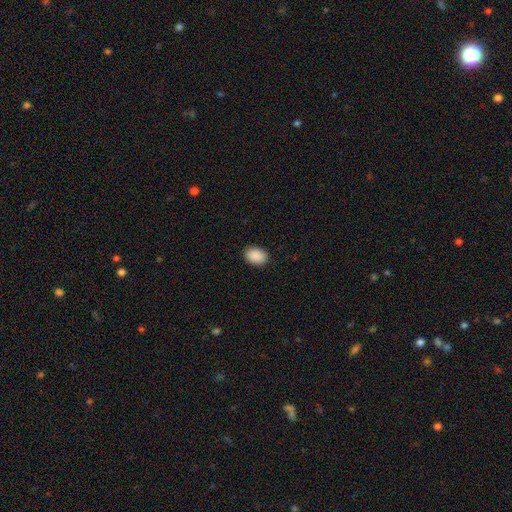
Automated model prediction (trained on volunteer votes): Smooth or featured? smooth (91%)
How rounded? in between (81%)
Merging? none (90%)